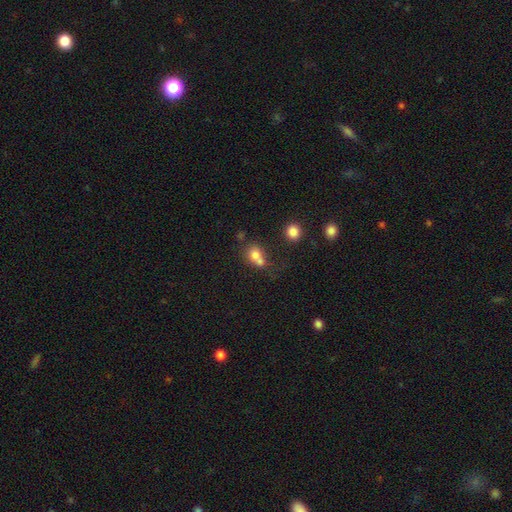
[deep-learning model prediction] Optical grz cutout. It shows a smooth galaxy with no disk features (74%) that is round (61%). Merging: merger (51%).